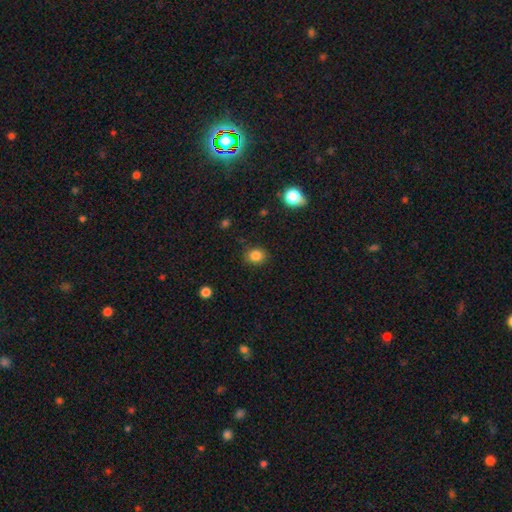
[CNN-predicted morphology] The model was most divided on "how rounded": round: 67%, in between: 33%, cigar-shaped: 1%. More confident: merging — none (85%); smooth or featured — smooth (84%).